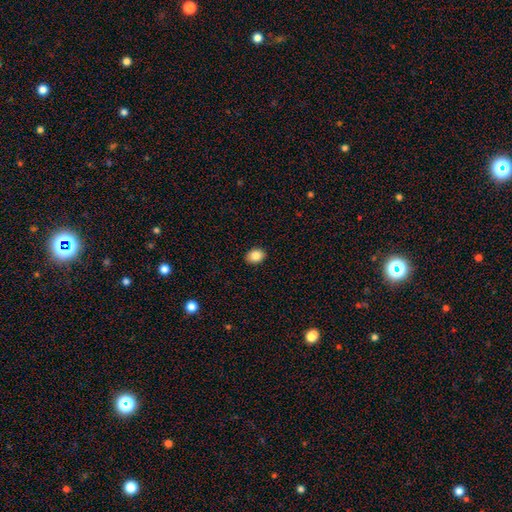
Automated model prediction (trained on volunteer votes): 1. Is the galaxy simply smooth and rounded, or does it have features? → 86% smooth, 8% star or artifact, 6% featured or disk.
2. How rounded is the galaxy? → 63% in between, 37% round, 1% cigar-shaped.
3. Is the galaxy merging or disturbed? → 90% none, 7% minor disturbance, 2% major disturbance, 1% merger.